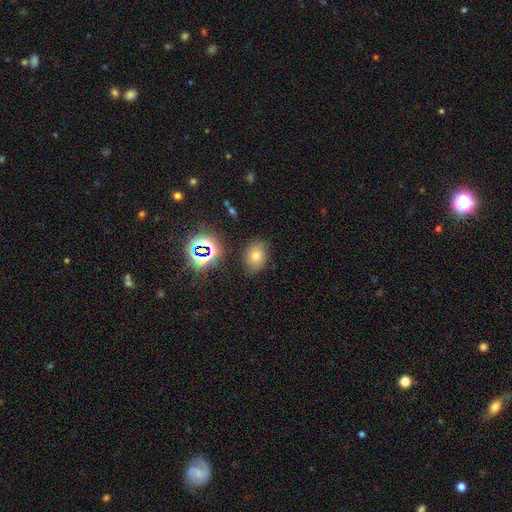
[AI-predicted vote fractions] Overall: smooth (62%; star or artifact 26%). How rounded: in between (68%; round 31%). Merging: none (83%).